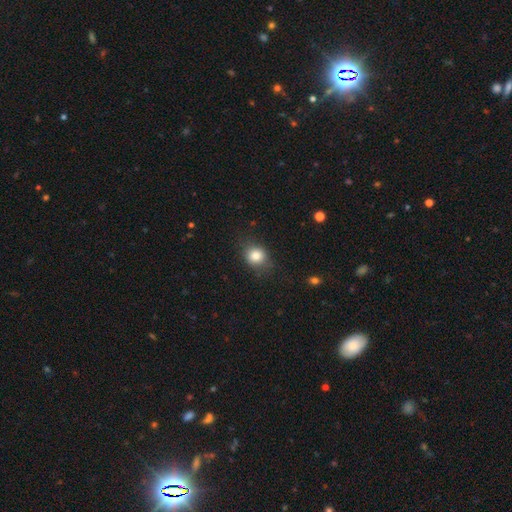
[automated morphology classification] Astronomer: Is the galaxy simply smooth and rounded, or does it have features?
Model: smooth — 82%.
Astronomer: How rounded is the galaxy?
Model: round — 68%.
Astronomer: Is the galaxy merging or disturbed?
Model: none — 74%.